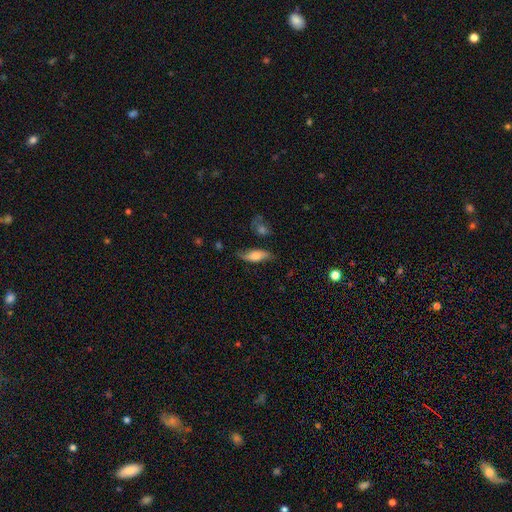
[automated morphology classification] Q: Smooth or featured?
A: smooth (63%); runner-up: featured or disk (29%)
Q: How rounded?
A: in between (63%); runner-up: cigar-shaped (34%)
Q: Merging?
A: none (67%); runner-up: minor disturbance (23%)